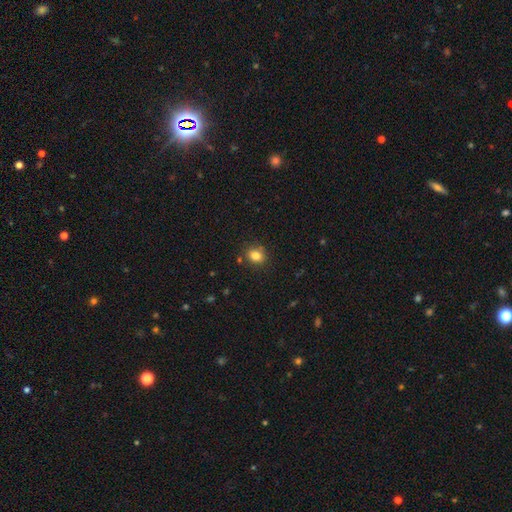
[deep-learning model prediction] A smooth galaxy with no disk features (82%) that is round (60%). Merging: none (81%).